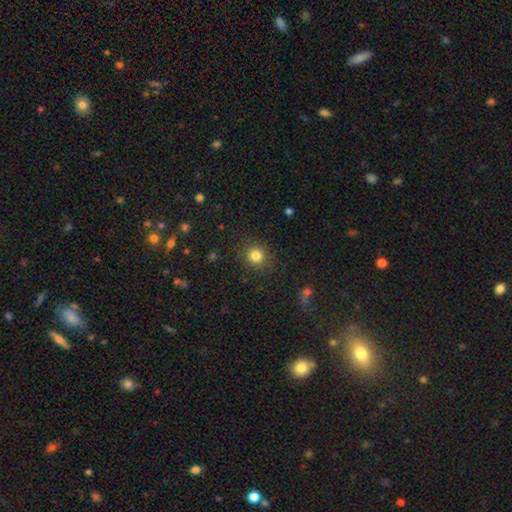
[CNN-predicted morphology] This appears to be a smooth galaxy with no disk features (83%) that is round (89%). Merging: none (89%).